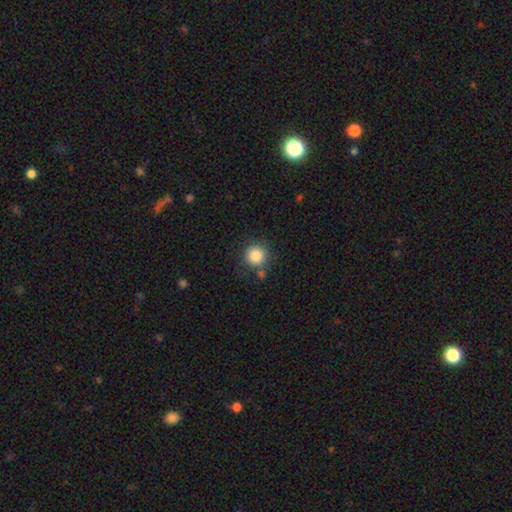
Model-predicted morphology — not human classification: Smooth or featured? smooth (85%)
How rounded? round (94%)
Merging? none (79%)